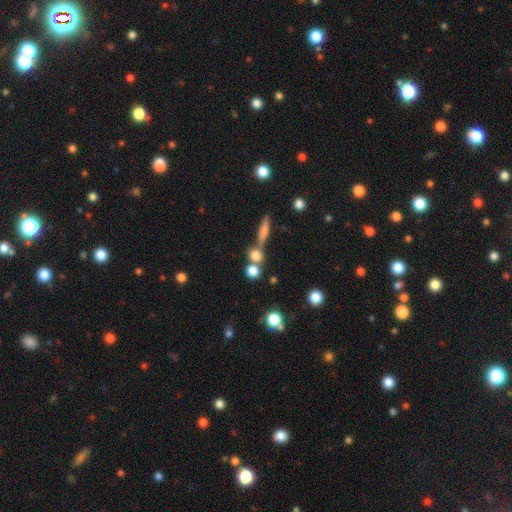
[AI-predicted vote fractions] Overall: smooth (73%). How rounded: round (73%). Merging: none (54%; merger 34%).